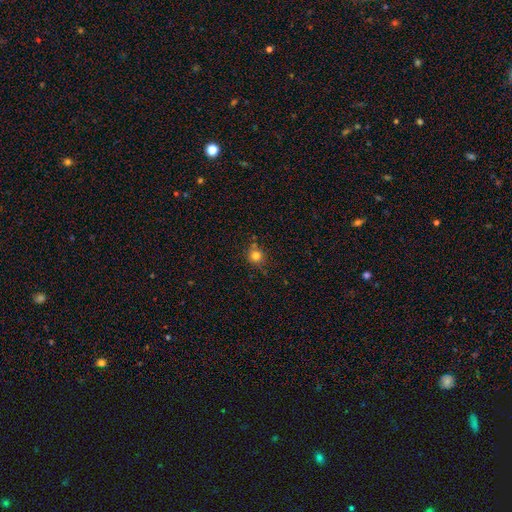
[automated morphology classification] Smooth or featured?
  - smooth: 79% *
  - star or artifact: 14%
  - featured or disk: 7%
How rounded?
  - round: 89% *
  - in between: 10%
  - cigar-shaped: 1%
Merging?
  - none: 75% *
  - minor disturbance: 13%
  - merger: 8%
  - major disturbance: 3%